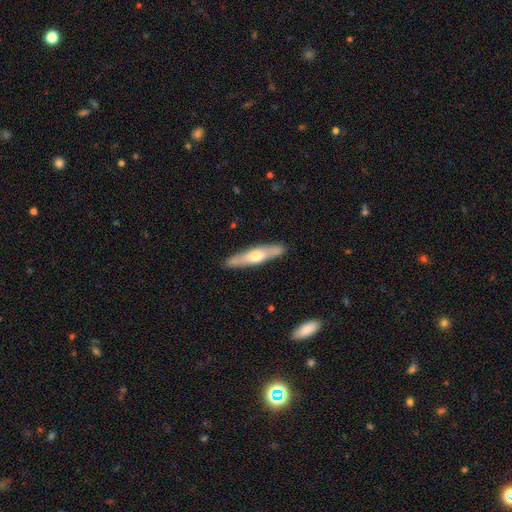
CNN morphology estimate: This is possibly a featured or disk galaxy (49%). Merging: clearly none (89%).